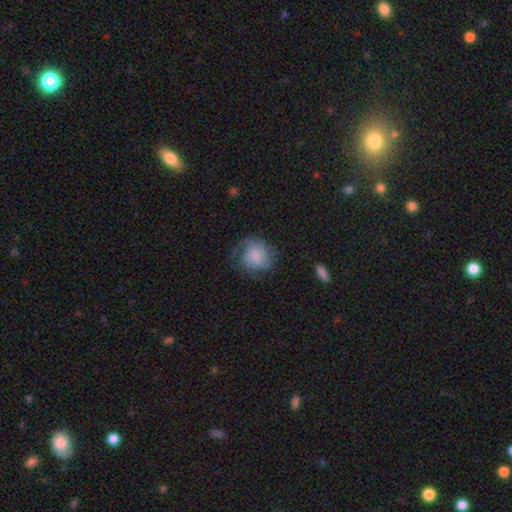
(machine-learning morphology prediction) This is likely a smooth galaxy (60%). How rounded: likely round (72%). Merging: possibly none (52%).